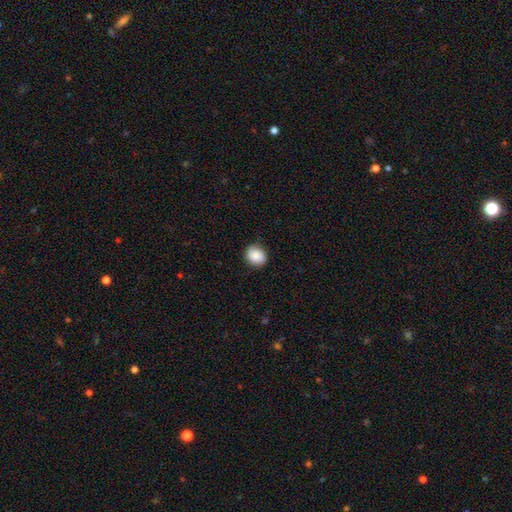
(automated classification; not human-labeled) Smooth or featured? smooth (88%)
How rounded? round (61%)
Merging? none (82%)